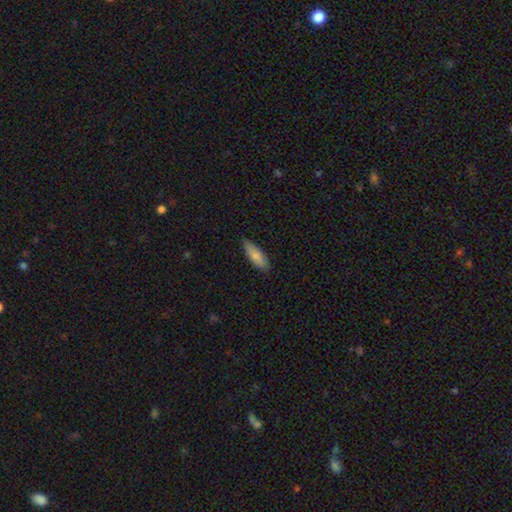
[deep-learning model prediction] Q: Smooth or featured?
A: smooth (84%); runner-up: featured or disk (10%)
Q: How rounded?
A: in between (61%); runner-up: cigar-shaped (38%)
Q: Merging?
A: none (81%); runner-up: minor disturbance (16%)